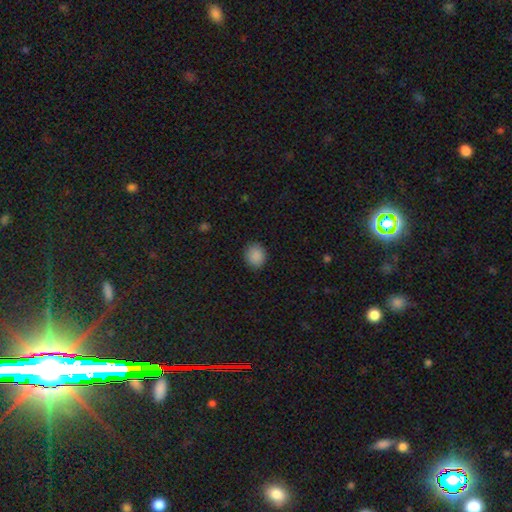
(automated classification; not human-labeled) This is clearly a smooth galaxy (89%). How rounded: likely round (73%). Merging: clearly none (89%).